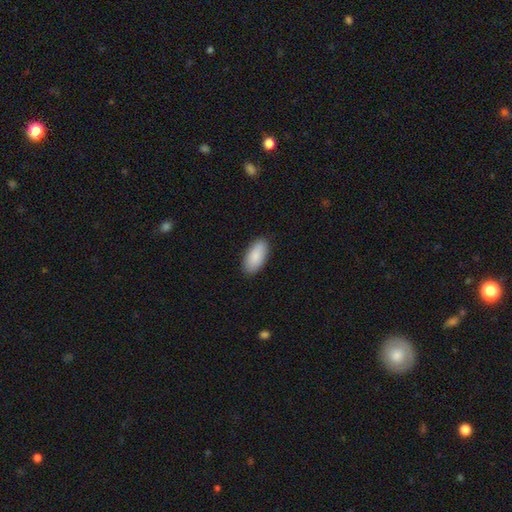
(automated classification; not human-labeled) Smooth or featured: smooth — 88% (featured or disk — 7%)
How rounded: in between — 91% (cigar-shaped — 7%)
Merging: none — 88% (minor disturbance — 9%)